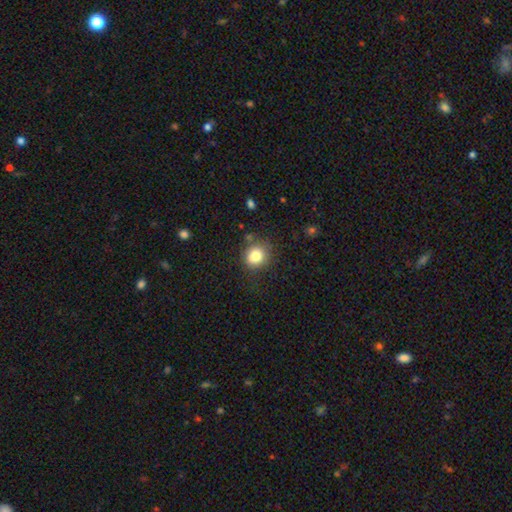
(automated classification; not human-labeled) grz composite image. It shows a smooth galaxy with no disk features (82%) that is round (75%). Merging: none (76%).